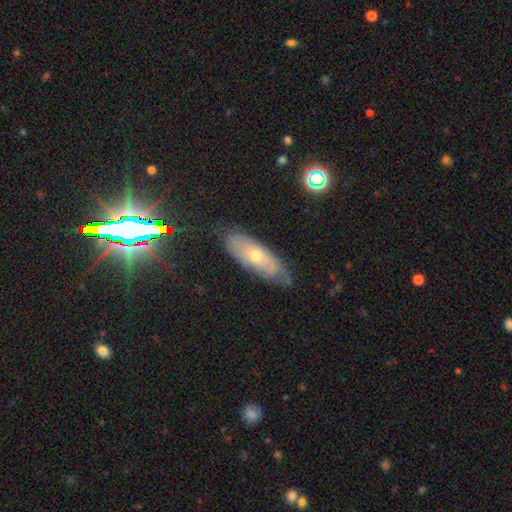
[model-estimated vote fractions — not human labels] The model was most divided on "smooth or featured": featured or disk: 50%, smooth: 40%, star or artifact: 10%. More confident: merging — none (73%).